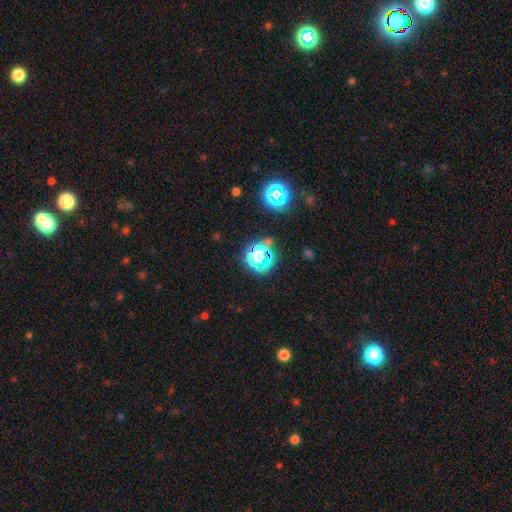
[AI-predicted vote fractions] This appears to be a star or artifact, not a galaxy (56%).